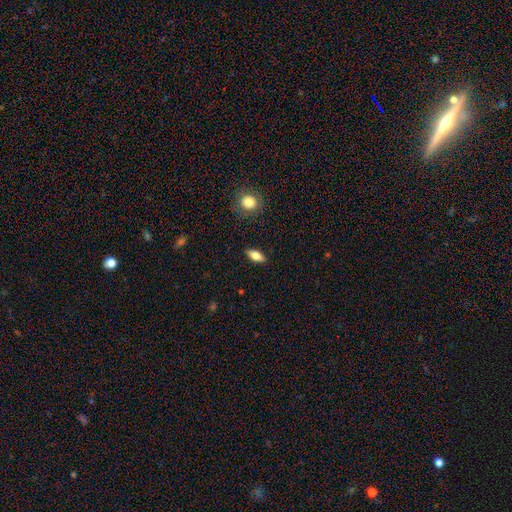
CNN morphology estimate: The model was most divided on "smooth or featured": smooth: 73%, featured or disk: 20%, star or artifact: 8%. More confident: merging — none (88%); how rounded — in between (82%).